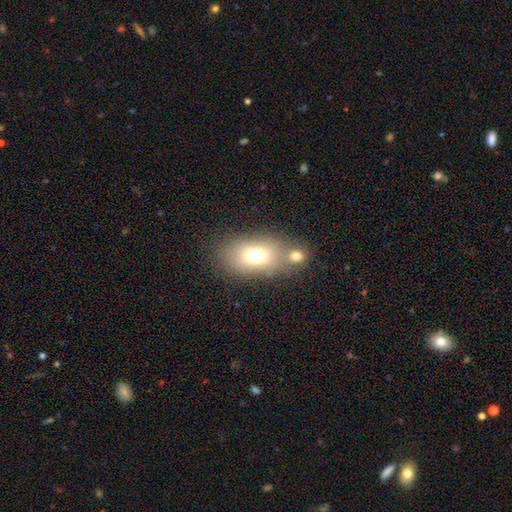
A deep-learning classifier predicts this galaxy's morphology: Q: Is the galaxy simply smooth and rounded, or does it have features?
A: smooth — 71%.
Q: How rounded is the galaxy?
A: in between — 84%.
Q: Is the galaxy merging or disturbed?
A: none — 48%.